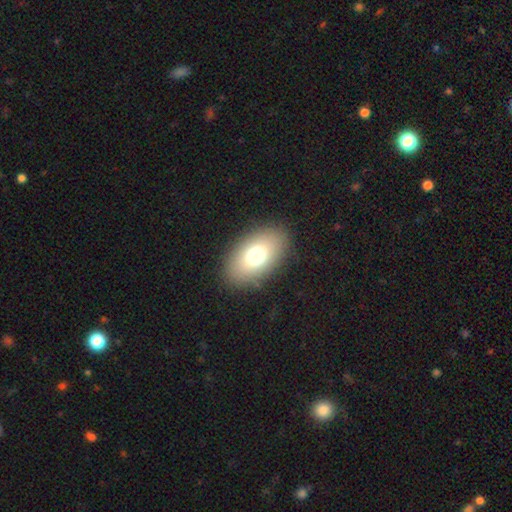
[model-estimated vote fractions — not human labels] This appears to be a smooth galaxy with no disk features (72%) that is in between round and cigar-shaped (89%). Merging: none (87%).